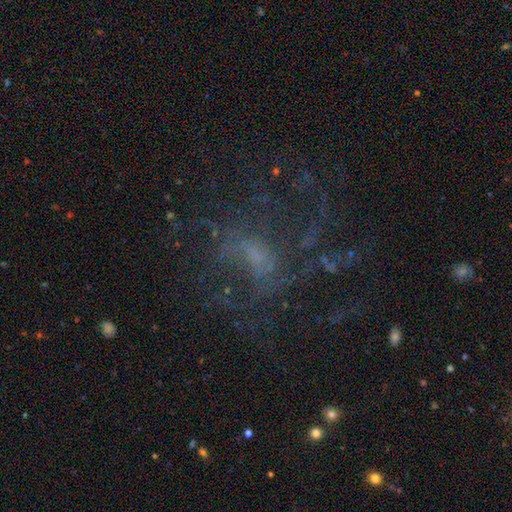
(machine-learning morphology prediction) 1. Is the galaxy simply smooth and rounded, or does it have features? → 63% featured or disk, 23% star or artifact, 15% smooth.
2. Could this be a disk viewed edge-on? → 97% no, 3% yes.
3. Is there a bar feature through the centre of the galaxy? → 54% no, 37% weak, 8% strong.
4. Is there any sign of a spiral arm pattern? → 69% yes, 31% no.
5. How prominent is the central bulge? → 47% small, 25% moderate, 23% none, 3% large, 1% dominant.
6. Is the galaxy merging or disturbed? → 56% none, 26% major disturbance, 15% minor disturbance, 3% merger.